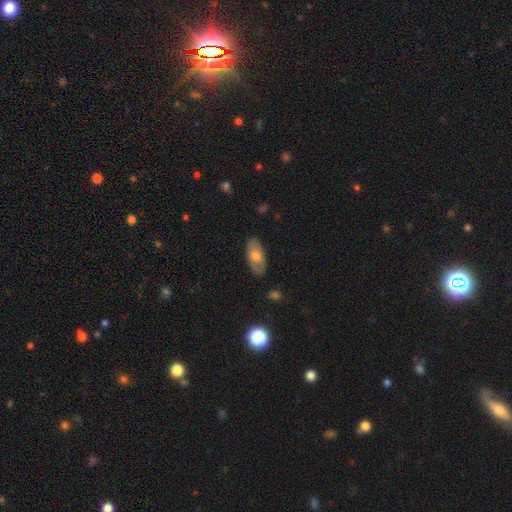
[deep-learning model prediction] Overall: smooth (68%). How rounded: in between (90%). Merging: none (83%).